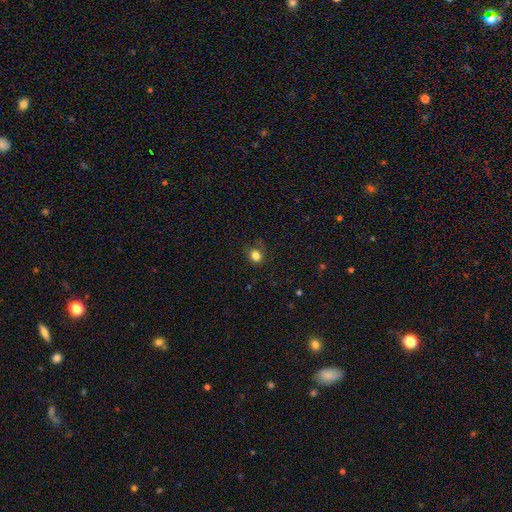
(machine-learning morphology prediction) Smooth or featured? smooth (82%)
How rounded? round (70%)
Merging? none (80%)